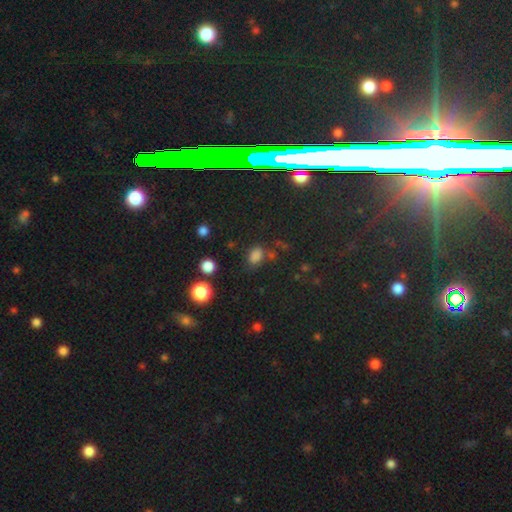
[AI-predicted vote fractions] Smooth or featured? Predicted: smooth (p=0.75). How rounded? Predicted: in between (p=0.75). Merging? Predicted: none (p=0.65).